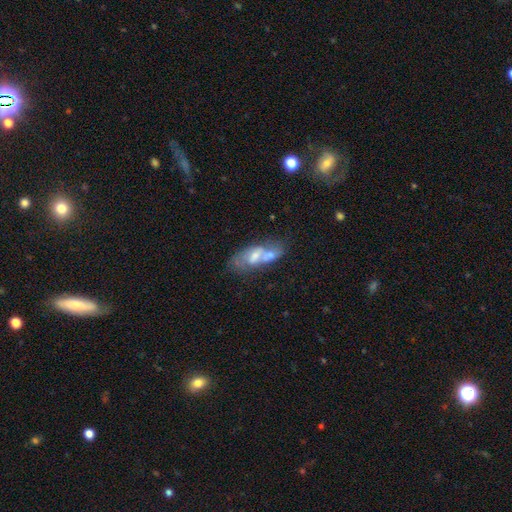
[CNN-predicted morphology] smooth_or_featured: featured or disk (p=0.49) [alt: smooth p=0.42]
merging: merger (p=0.41) [alt: none p=0.30]